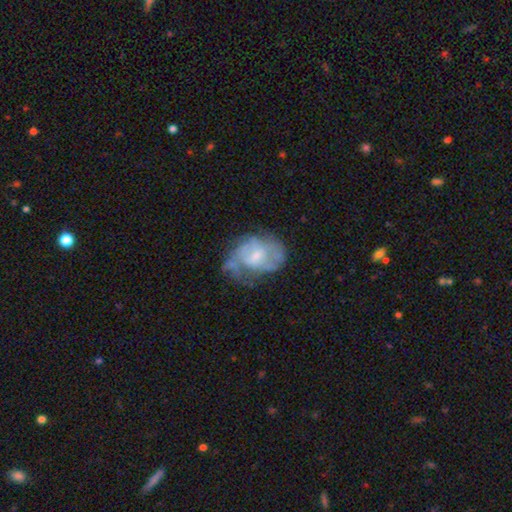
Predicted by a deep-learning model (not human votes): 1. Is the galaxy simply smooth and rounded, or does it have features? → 65% featured or disk, 27% smooth, 7% star or artifact.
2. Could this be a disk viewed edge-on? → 97% no, 3% yes.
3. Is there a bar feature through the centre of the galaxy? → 46% weak, 45% no, 9% strong.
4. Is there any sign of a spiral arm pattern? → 67% yes, 33% no.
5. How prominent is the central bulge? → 52% small, 37% moderate, 7% none, 3% large, 1% dominant.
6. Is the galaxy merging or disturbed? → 40% none, 30% minor disturbance, 26% major disturbance, 5% merger.